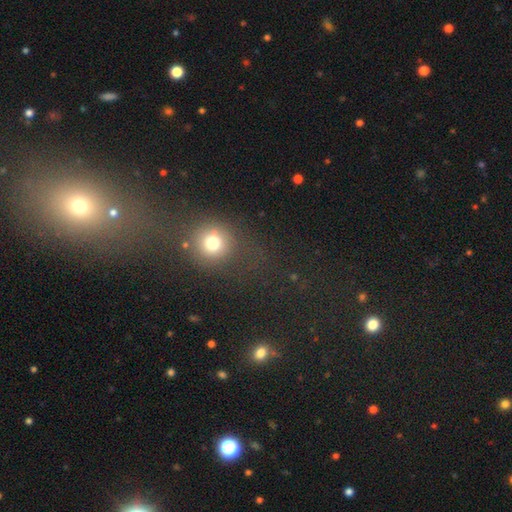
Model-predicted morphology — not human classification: Q: Smooth or featured?
A: smooth (58%); runner-up: star or artifact (34%)
Q: How rounded?
A: round (83%); runner-up: in between (15%)
Q: Merging?
A: none (53%); runner-up: merger (28%)